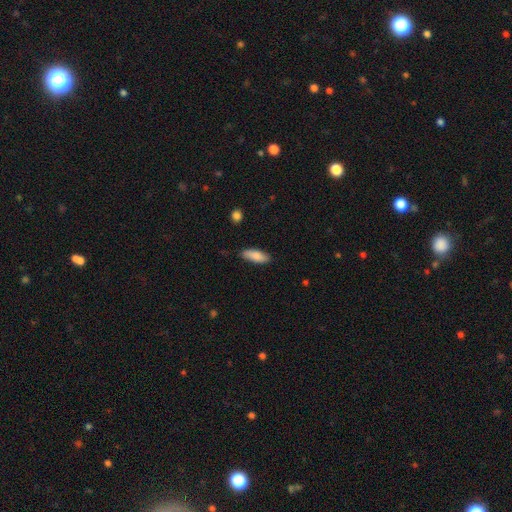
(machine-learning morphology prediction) A smooth galaxy with no disk features (85%) that is in between round and cigar-shaped (66%). Merging: none (84%).